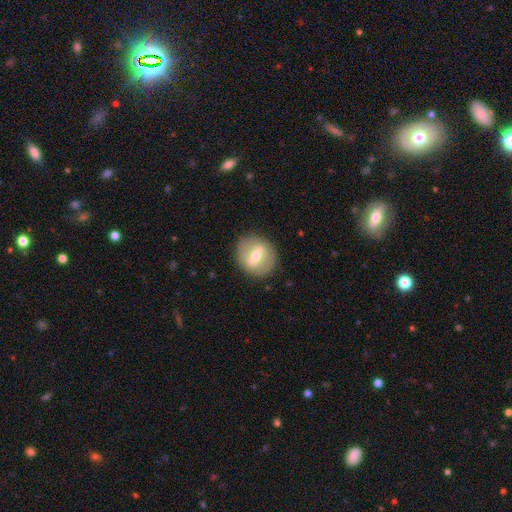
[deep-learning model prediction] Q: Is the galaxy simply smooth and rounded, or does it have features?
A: featured or disk — 50%.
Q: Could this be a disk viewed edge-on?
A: no — 92%.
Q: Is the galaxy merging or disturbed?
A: none — 87%.